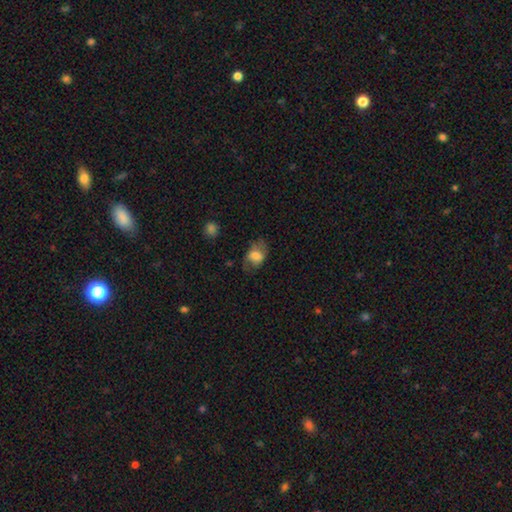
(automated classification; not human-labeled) Morphology: type=smooth (69%); roundness=in between (81%); merging=none (58%).